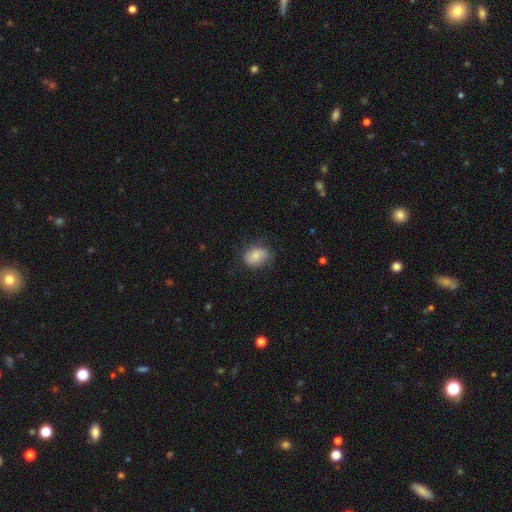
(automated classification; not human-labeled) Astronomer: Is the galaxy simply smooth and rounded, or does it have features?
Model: smooth — 74%.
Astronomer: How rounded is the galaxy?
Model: in between — 65%.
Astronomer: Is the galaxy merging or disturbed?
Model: none — 63%.